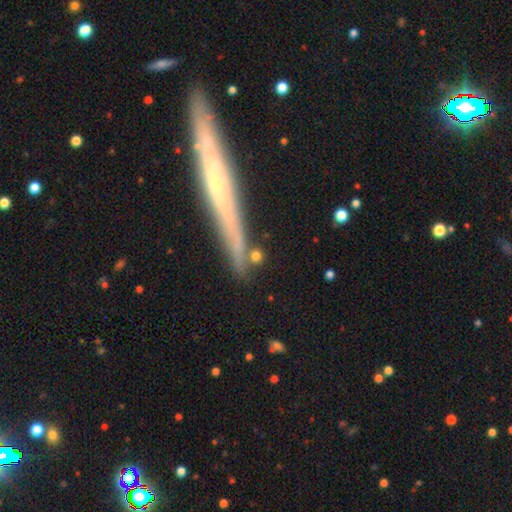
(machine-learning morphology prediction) Smooth or featured: smooth — 69% (featured or disk — 16%)
How rounded: round — 57% (cigar-shaped — 25%)
Merging: none — 75% (minor disturbance — 10%)